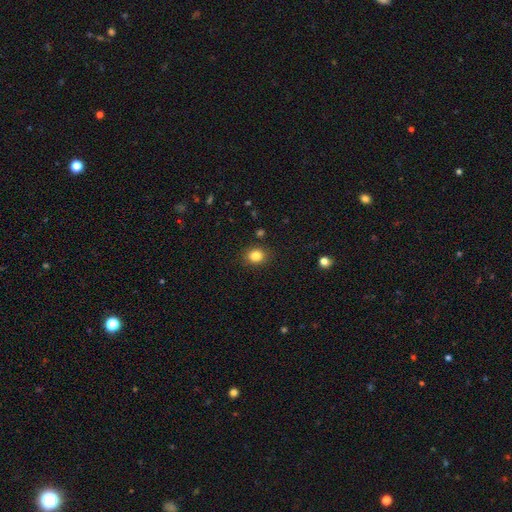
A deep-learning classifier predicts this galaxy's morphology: The model was most divided on "how rounded": round: 66%, in between: 33%, cigar-shaped: 1%. More confident: merging — none (88%); smooth or featured — smooth (84%).